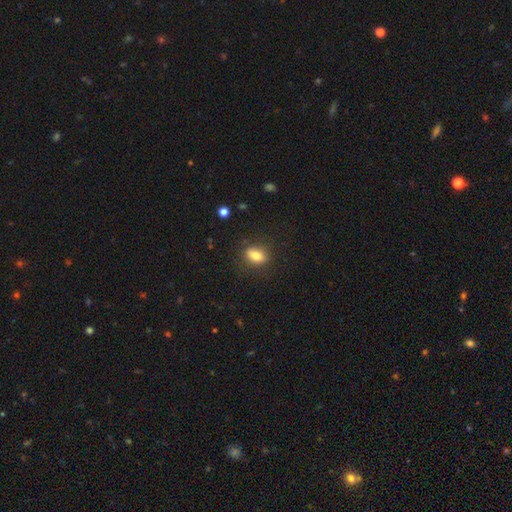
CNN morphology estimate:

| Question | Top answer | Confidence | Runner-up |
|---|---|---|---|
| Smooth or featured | smooth | 82% | star or artifact (9%) |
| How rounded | in between | 79% | round (18%) |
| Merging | none | 79% | minor disturbance (15%) |